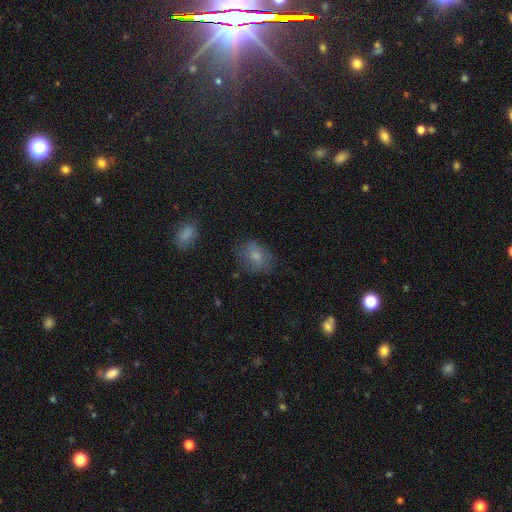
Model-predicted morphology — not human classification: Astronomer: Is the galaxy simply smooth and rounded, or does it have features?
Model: smooth — 77%.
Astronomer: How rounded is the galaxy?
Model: in between — 58% (runner-up: round, 41%).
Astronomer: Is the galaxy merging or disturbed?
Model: none — 70%.